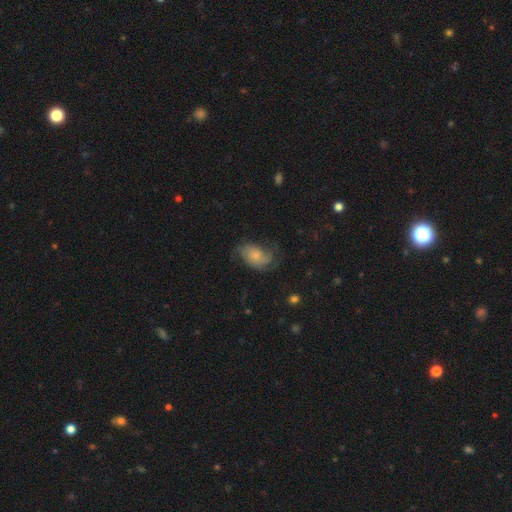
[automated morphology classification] smooth-or-featured: featured or disk: 58% | smooth: 34% | star or artifact: 8%
  disk-edge-on: no: 96% | yes: 4%
    bar: no: 75% | weak: 21% | strong: 4%
    has-spiral-arms: yes: 86% | no: 14%
    bulge-size: small: 57% | moderate: 30% | none: 6% | large: 5% | dominant: 2%
  merging: none: 55% | minor disturbance: 25% | major disturbance: 19% | merger: 1%